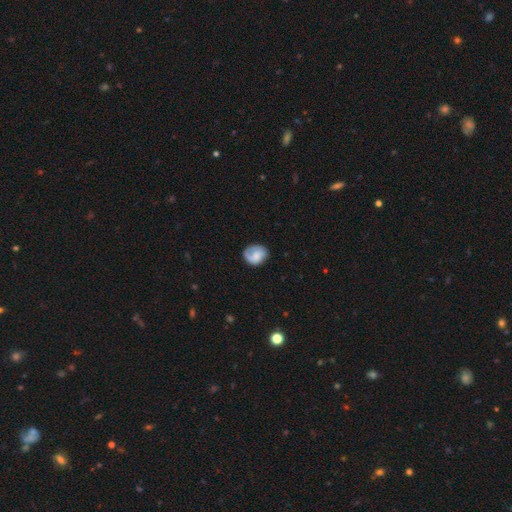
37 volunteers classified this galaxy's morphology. smooth-or-featured: smooth: 57% | featured or disk: 38% | star or artifact: 5%
  how-rounded: in between: 71% | round: 29% | cigar-shaped: 0%
  merging: none: 43% (tied) | minor disturbance: 43% (tied) | major disturbance: 9% | merger: 6%